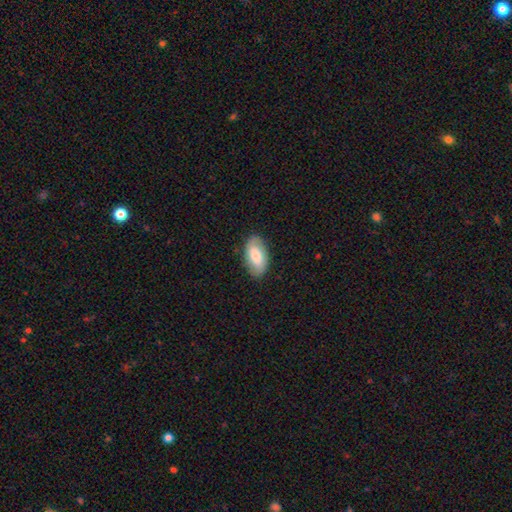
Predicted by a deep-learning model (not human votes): Smooth or featured? smooth (64%)
How rounded? in between (94%)
Merging? none (85%)